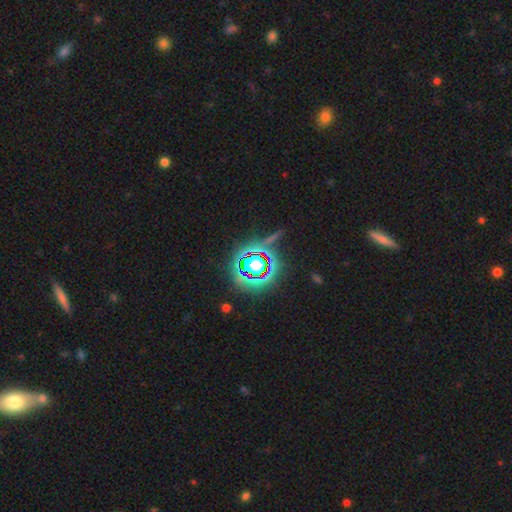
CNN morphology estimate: Smooth or featured?
  - star or artifact: 74% *
  - smooth: 14%
  - featured or disk: 12%